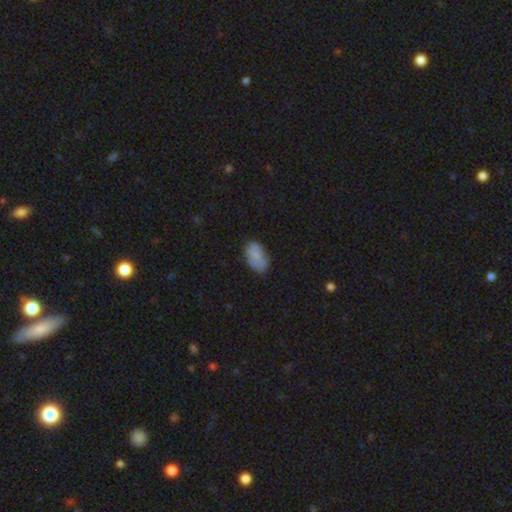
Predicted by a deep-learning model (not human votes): Smooth or featured? Predicted: smooth (p=0.74). How rounded? Predicted: in between (p=0.92). Merging? Predicted: none (p=0.68).